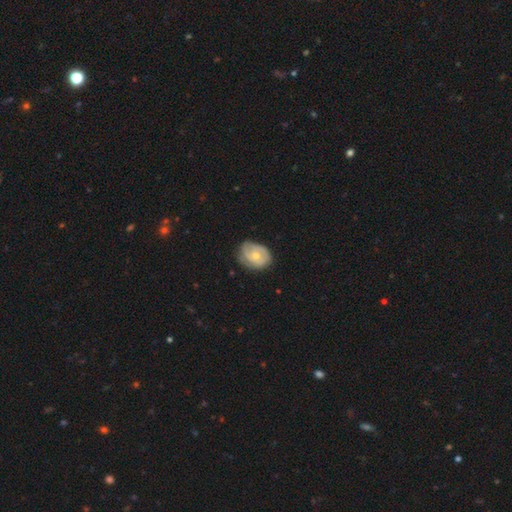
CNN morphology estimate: Smooth or featured? featured or disk (60%)
Edge-on disk? no (97%)
Bar? no (76%)
Spiral arms? yes (78%)
Bulge size? small (50%)
Merging? none (63%)